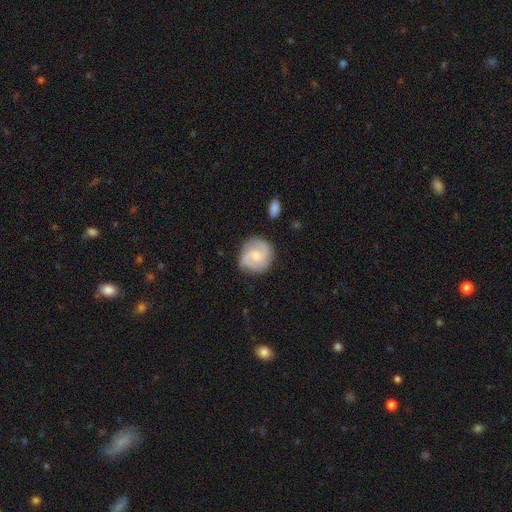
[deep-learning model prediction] Smooth or featured? featured or disk (76%)
Edge-on disk? no (98%)
Bar? no (51%)
Spiral arms? yes (96%)
Spiral winding? medium (45%)
Spiral arm count? 2 (61%)
Bulge size? small (39%)
Merging? none (80%)